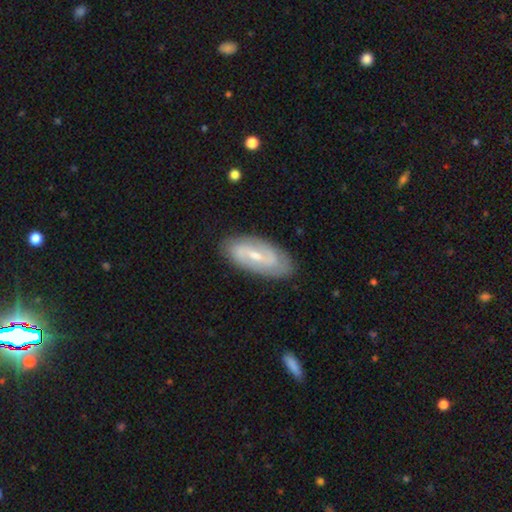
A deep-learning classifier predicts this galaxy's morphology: Overall: featured or disk (73%). Edge-on disk: no (92%). Bar: weak (50%; strong 27%). Spiral arms: yes (86%). Spiral arm count: 2 (76%). Spiral winding: medium (40%; tight 33%). Bulge size: small (55%; moderate 40%). Merging: none (83%).